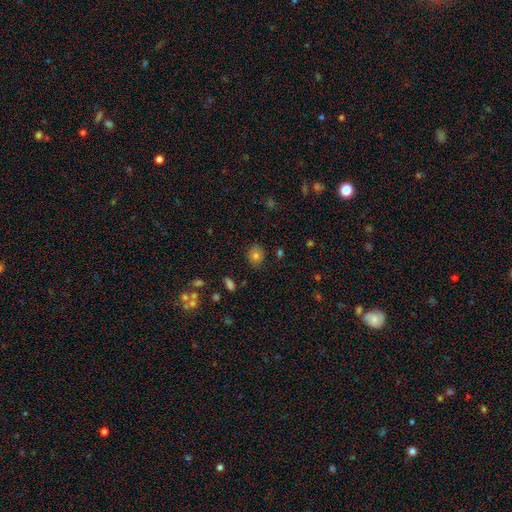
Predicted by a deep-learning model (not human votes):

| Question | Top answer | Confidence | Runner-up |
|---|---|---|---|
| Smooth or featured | smooth | 75% | featured or disk (12%) |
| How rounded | round | 65% | in between (34%) |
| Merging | none | 83% | minor disturbance (12%) |